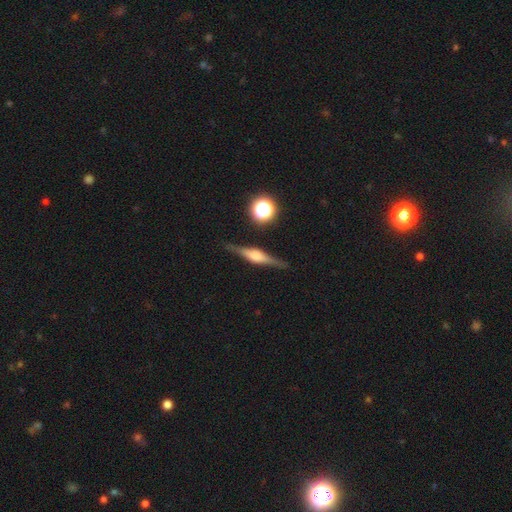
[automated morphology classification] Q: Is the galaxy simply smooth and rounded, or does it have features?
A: featured or disk — 79%.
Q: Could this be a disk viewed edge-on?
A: yes — 97%.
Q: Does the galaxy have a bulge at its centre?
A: rounded — 70%.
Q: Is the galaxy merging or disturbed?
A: none — 85%.